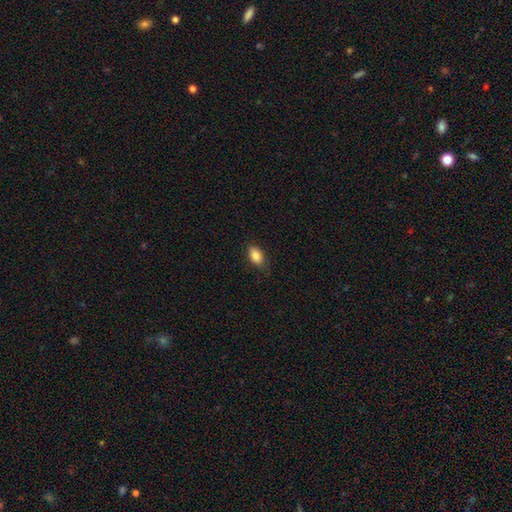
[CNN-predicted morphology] smooth_or_featured: smooth (p=0.86) [alt: star or artifact p=0.08]
how_rounded: in between (p=0.90) [alt: round p=0.08]
merging: none (p=0.79) [alt: minor disturbance p=0.17]